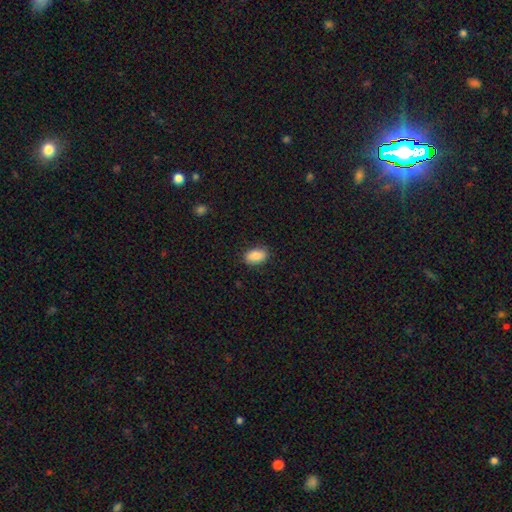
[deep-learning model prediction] The model was most divided on "merging": none: 87%, minor disturbance: 10%, major disturbance: 2%, merger: 1%. More confident: how rounded — in between (89%); smooth or featured — smooth (85%).